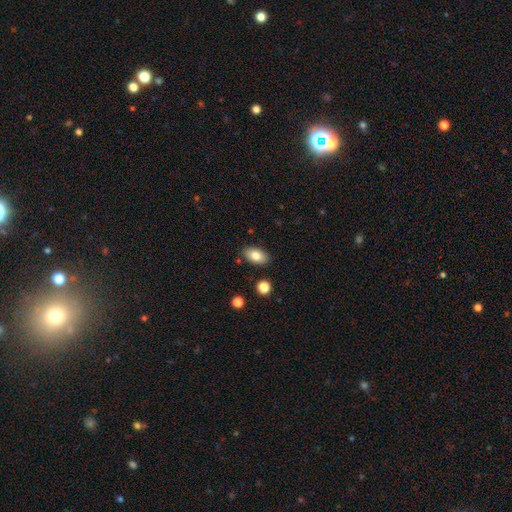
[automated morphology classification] A smooth galaxy with no disk features (81%) that is in between round and cigar-shaped (92%). Merging: none (85%).